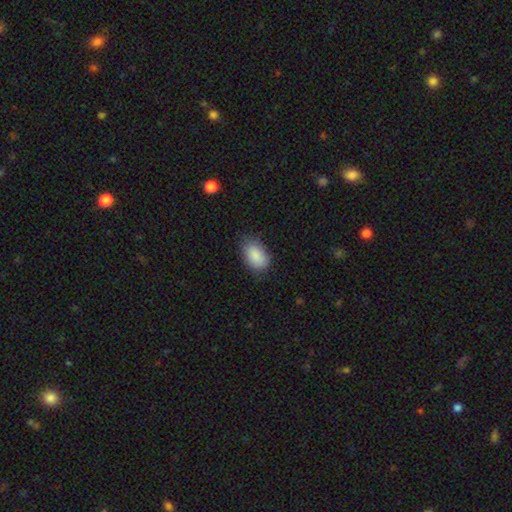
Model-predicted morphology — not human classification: smooth_or_featured: smooth (p=0.88) [alt: star or artifact p=0.07]
how_rounded: in between (p=0.90) [alt: round p=0.09]
merging: none (p=0.75) [alt: minor disturbance p=0.19]